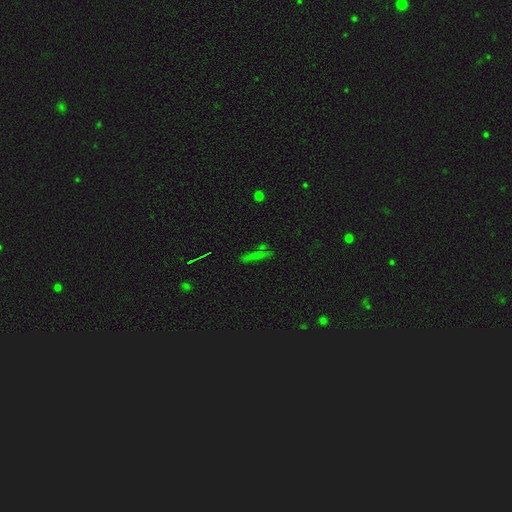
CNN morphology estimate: Q: Smooth or featured?
A: smooth (56%); runner-up: star or artifact (25%)
Q: How rounded?
A: cigar-shaped (80%); runner-up: in between (15%)
Q: Merging?
A: none (77%); runner-up: minor disturbance (14%)